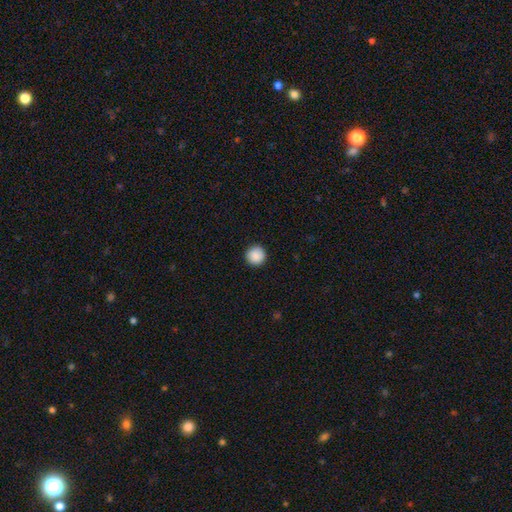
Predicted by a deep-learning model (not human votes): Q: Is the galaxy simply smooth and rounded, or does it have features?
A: smooth — 89%.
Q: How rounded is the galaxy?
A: round — 96%.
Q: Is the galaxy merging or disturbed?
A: none — 93%.